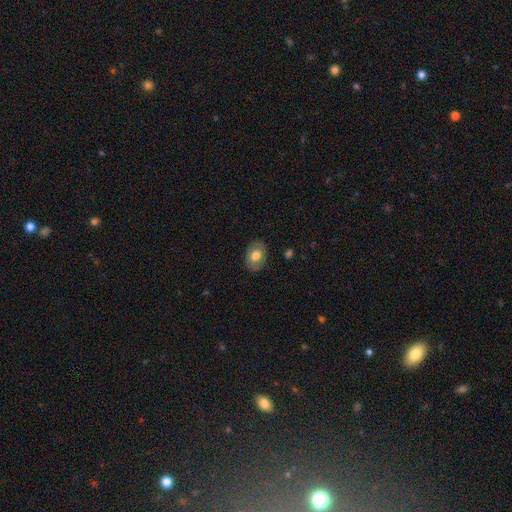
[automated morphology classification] Smooth or featured? smooth (68%)
How rounded? in between (76%)
Merging? none (85%)